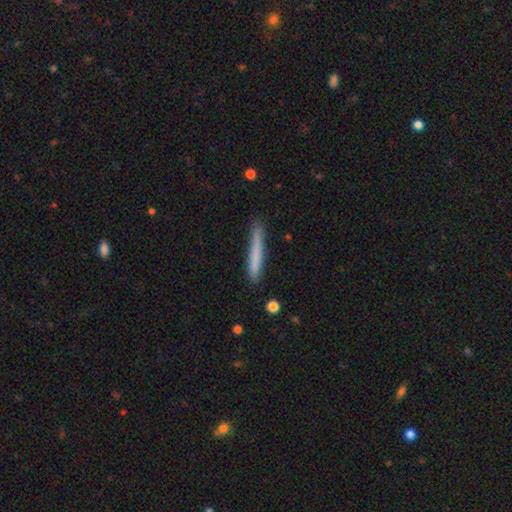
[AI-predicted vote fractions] Smooth or featured?
  - smooth: 74% *
  - featured or disk: 20%
  - star or artifact: 6%
How rounded?
  - cigar-shaped: 97% *
  - in between: 2%
  - round: 1%
Merging?
  - none: 84% *
  - minor disturbance: 12%
  - major disturbance: 2%
  - merger: 2%